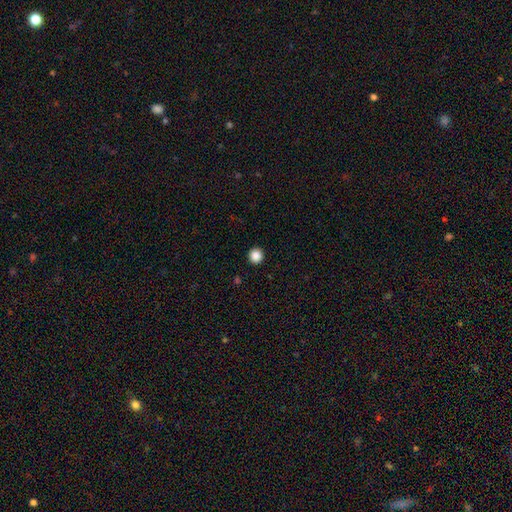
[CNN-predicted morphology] This appears to be a smooth galaxy with no disk features (87%) that is round (95%). Merging: none (93%).